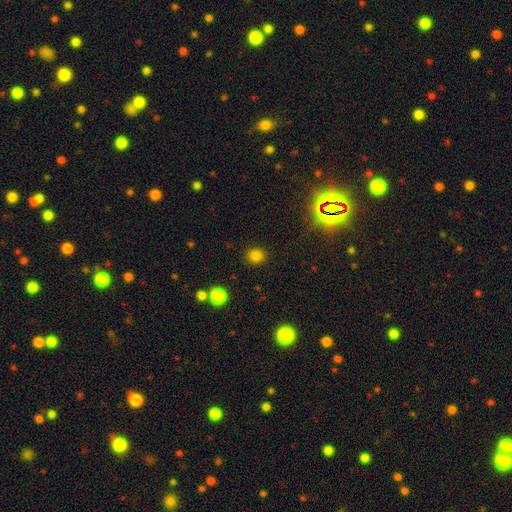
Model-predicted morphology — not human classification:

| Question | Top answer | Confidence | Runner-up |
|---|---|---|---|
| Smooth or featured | smooth | 81% | star or artifact (15%) |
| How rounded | round | 81% | in between (18%) |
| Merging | none | 88% | minor disturbance (7%) |